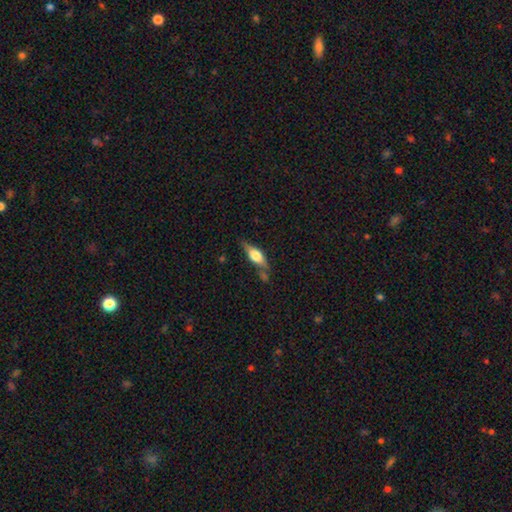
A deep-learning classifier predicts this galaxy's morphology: smooth-or-featured: featured or disk: 54% | smooth: 39% | star or artifact: 7%
  disk-edge-on: yes: 91% | no: 9%
  merging: none: 66% | minor disturbance: 20% | merger: 8% | major disturbance: 6%